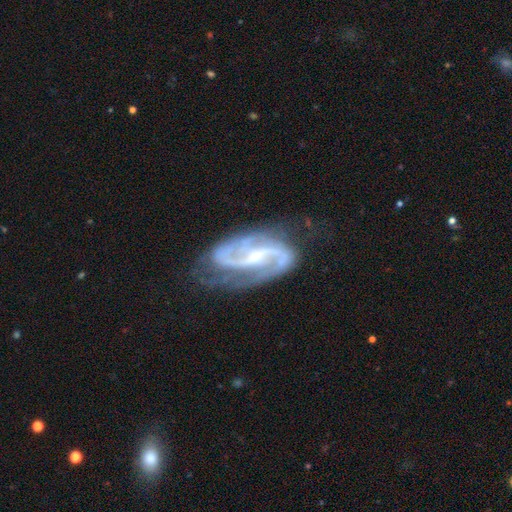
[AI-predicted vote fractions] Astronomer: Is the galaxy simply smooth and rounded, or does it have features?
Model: featured or disk — 92%.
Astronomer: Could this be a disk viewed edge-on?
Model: no — 97%.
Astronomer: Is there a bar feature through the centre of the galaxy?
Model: weak — 44% (runner-up: strong, 30%).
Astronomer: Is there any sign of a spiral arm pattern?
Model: yes — 98%.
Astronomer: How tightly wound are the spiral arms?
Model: medium — 52% (runner-up: loose, 31%).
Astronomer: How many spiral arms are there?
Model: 2 — 84%.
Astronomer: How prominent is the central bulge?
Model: small — 66%.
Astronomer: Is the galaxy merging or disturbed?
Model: none — 64%.